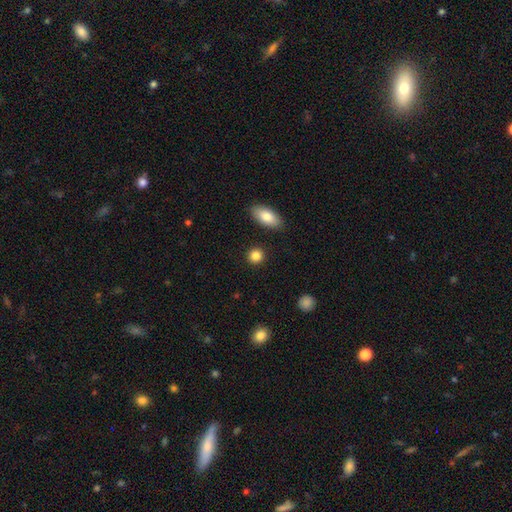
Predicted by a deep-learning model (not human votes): smooth 86%, star or artifact 9%, featured or disk 5%. Down the decision tree: how rounded — round (85%); merging — none (89%).